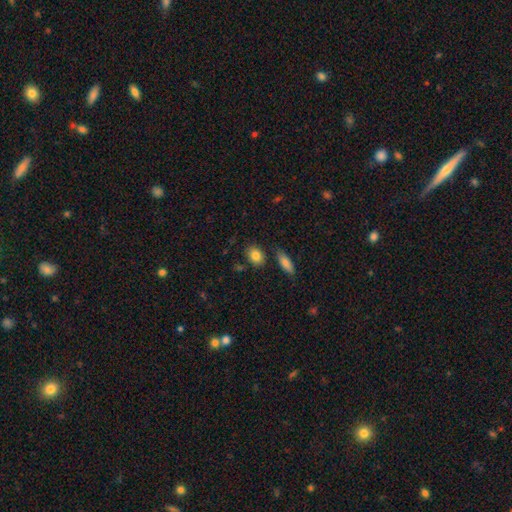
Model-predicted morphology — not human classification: A smooth galaxy with no disk features (84%) that is in between round and cigar-shaped (64%).

Vote fractions:
- Smooth or featured? smooth: 84% / featured or disk: 8% / star or artifact: 8%
- How rounded? in between: 64% / round: 34% / cigar-shaped: 2%
- Merging? none: 80% / minor disturbance: 12% / merger: 6% / major disturbance: 3%